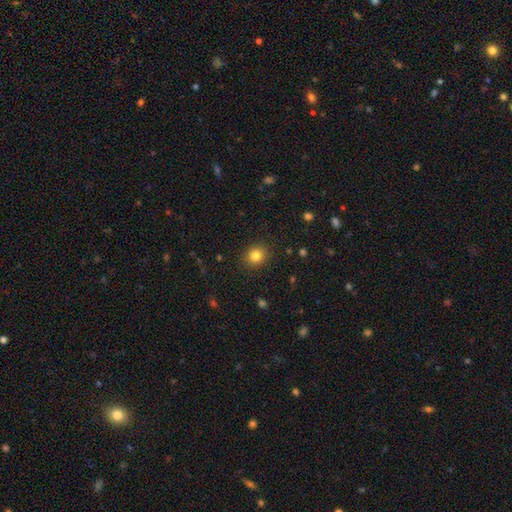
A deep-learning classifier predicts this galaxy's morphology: The model was most divided on "how rounded": round: 80%, in between: 19%, cigar-shaped: 1%. More confident: merging — none (90%); smooth or featured — smooth (82%).